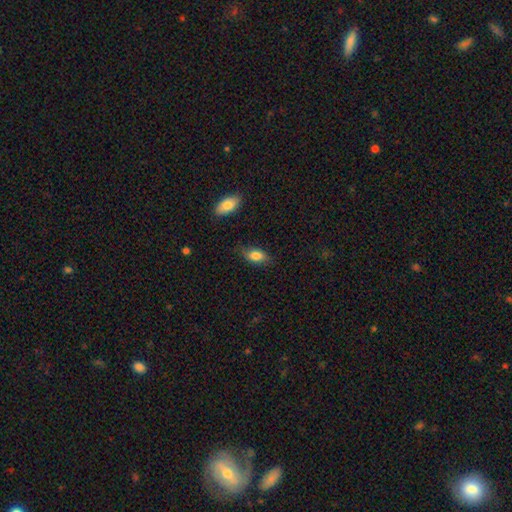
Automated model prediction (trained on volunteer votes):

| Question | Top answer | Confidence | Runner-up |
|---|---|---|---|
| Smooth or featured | smooth | 83% | featured or disk (9%) |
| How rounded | in between | 89% | round (6%) |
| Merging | none | 74% | minor disturbance (19%) |